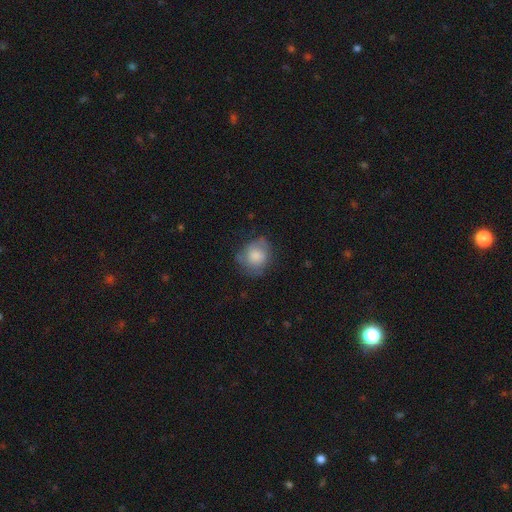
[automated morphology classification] The model was most divided on "merging": none: 59%, minor disturbance: 27%, major disturbance: 13%, merger: 2%. More confident: how rounded — round (75%); smooth or featured — smooth (63%).